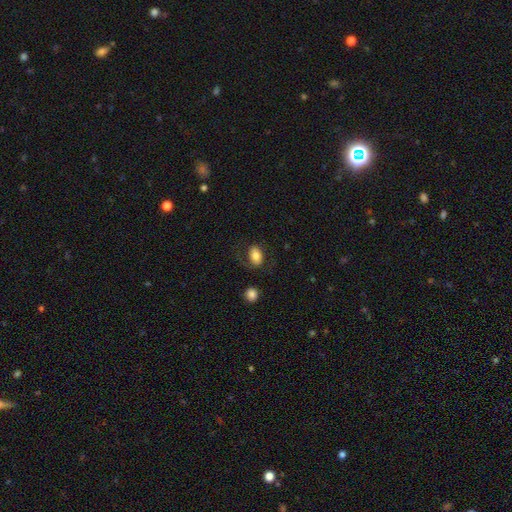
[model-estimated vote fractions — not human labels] Smooth or featured? Predicted: smooth (p=0.73). How rounded? Predicted: in between (p=0.84). Merging? Predicted: none (p=0.66).